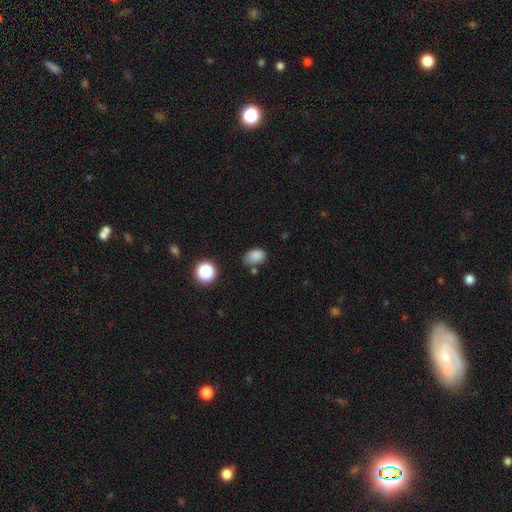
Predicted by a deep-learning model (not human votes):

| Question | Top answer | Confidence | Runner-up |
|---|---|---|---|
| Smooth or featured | smooth | 83% | star or artifact (12%) |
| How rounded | in between | 79% | round (20%) |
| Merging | none | 63% | minor disturbance (25%) |